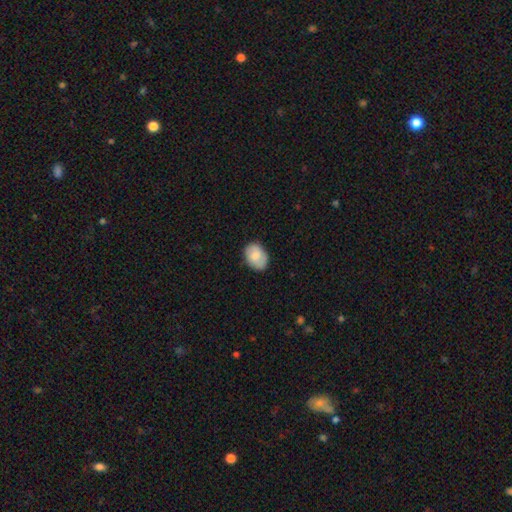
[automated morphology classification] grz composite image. It shows a smooth galaxy with no disk features (78%) that is in between round and cigar-shaped (75%). Merging: none (82%).